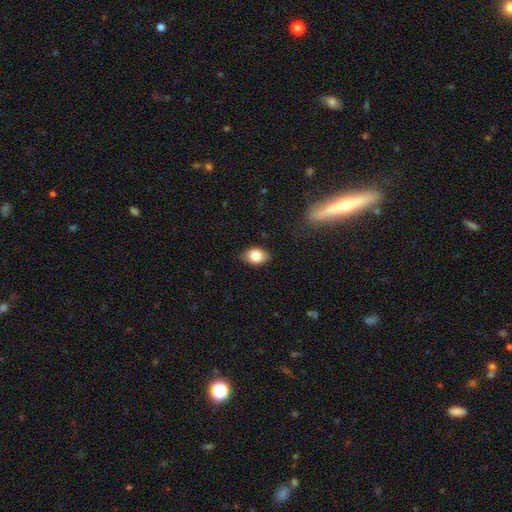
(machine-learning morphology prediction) The model was most divided on "how rounded": in between: 81%, round: 17%, cigar-shaped: 1%. More confident: smooth or featured — smooth (82%); merging — none (81%).